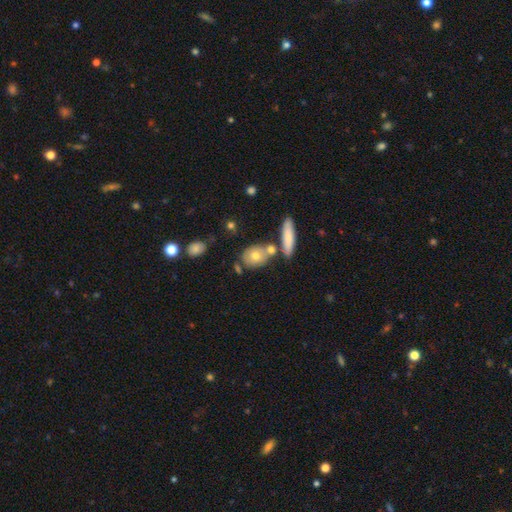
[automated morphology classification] type=smooth (66%); roundness=in between (59%); merging=none (58%).